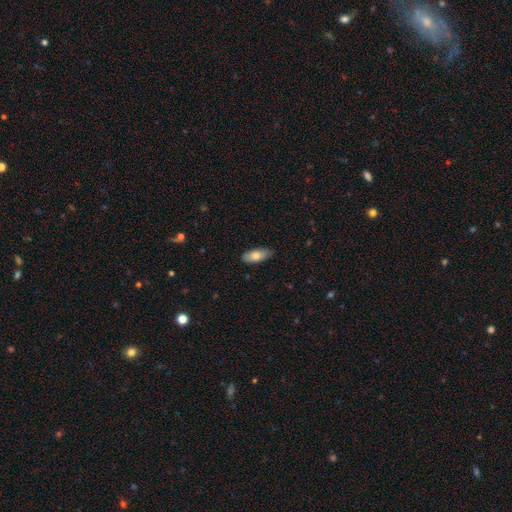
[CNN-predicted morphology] smooth_or_featured: smooth (p=0.76) [alt: featured or disk p=0.18]
how_rounded: in between (p=0.82) [alt: cigar-shaped p=0.16]
merging: none (p=0.83) [alt: minor disturbance p=0.14]